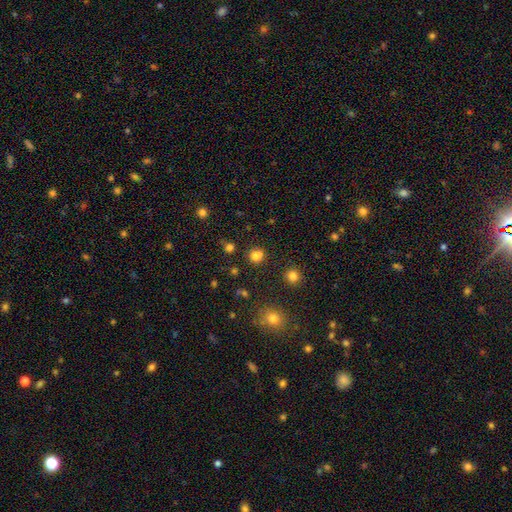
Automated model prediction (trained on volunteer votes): The model was most divided on "merging": none: 72%, merger: 14%, minor disturbance: 10%, major disturbance: 3%. More confident: how rounded — round (87%); smooth or featured — smooth (76%).